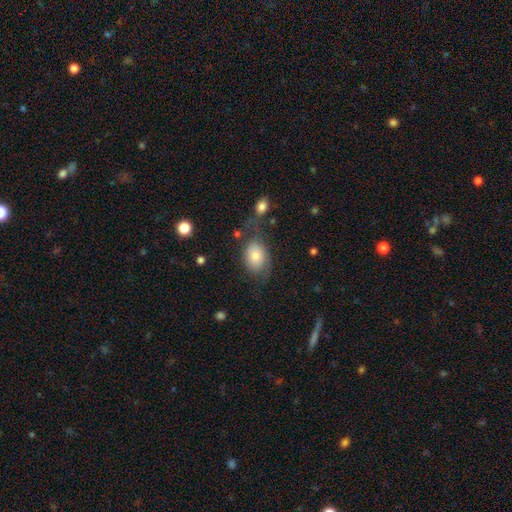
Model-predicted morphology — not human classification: Q: Smooth or featured?
A: smooth (69%); runner-up: featured or disk (23%)
Q: How rounded?
A: in between (75%); runner-up: round (23%)
Q: Merging?
A: none (48%); runner-up: minor disturbance (24%)